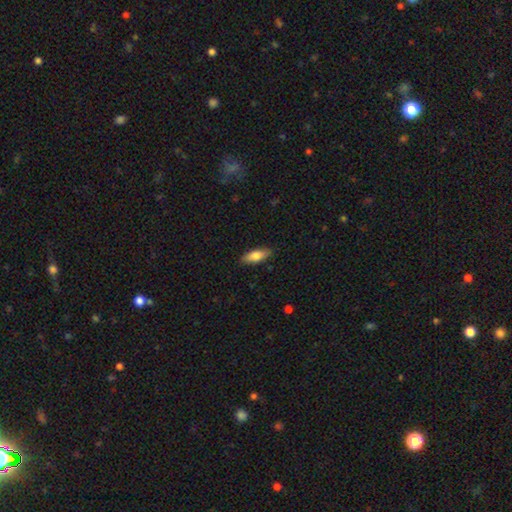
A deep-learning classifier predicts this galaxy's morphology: smooth-or-featured: smooth: 73% | featured or disk: 21% | star or artifact: 6%
  how-rounded: in between: 63% | cigar-shaped: 34% | round: 2%
  merging: none: 87% | minor disturbance: 10% | major disturbance: 2% | merger: 1%